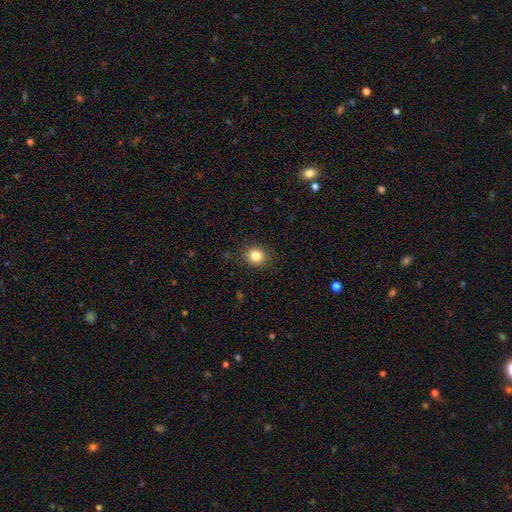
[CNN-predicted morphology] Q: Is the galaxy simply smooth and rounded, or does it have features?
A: smooth — 83%.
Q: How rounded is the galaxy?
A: round — 79%.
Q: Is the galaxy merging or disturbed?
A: none — 89%.